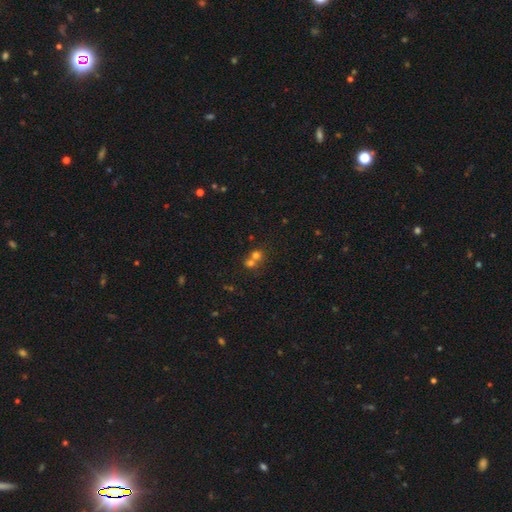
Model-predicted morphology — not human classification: Smooth or featured: smooth — 66% (star or artifact — 19%)
How rounded: round — 81% (in between — 18%)
Merging: merger — 58% (none — 34%)